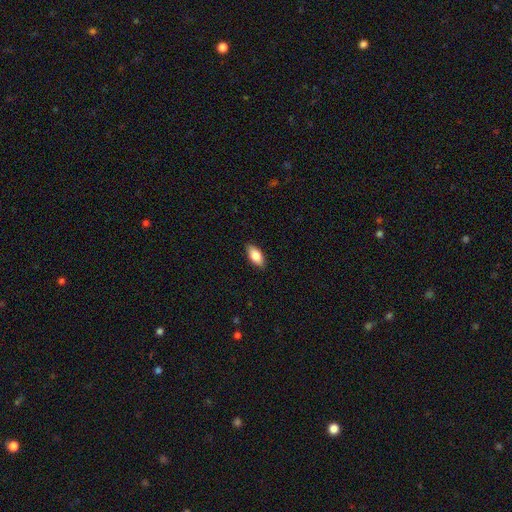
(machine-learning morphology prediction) Overall: smooth (81%). How rounded: in between (89%). Merging: none (89%).